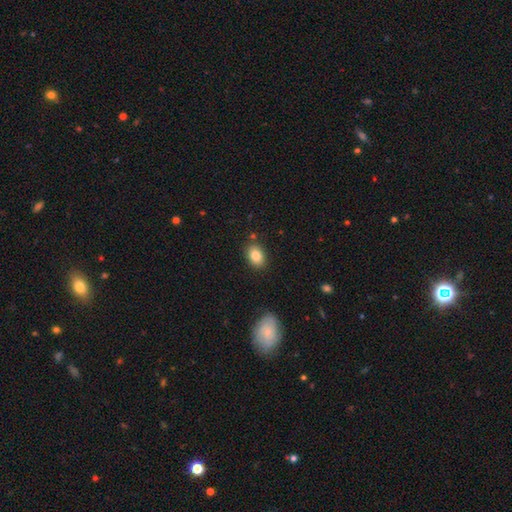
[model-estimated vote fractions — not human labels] Smooth or featured: smooth — 84% (star or artifact — 9%)
How rounded: in between — 78% (round — 21%)
Merging: none — 84% (minor disturbance — 10%)